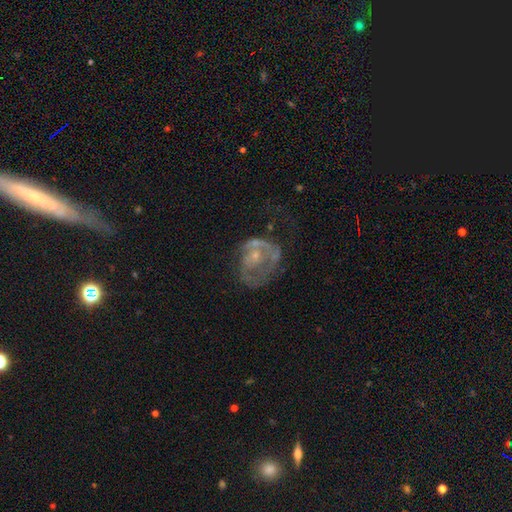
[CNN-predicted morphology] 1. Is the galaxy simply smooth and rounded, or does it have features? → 71% featured or disk, 20% smooth, 9% star or artifact.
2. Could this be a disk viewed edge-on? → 98% no, 2% yes.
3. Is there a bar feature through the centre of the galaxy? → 79% no, 17% weak, 3% strong.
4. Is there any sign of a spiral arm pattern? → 55% yes, 45% no.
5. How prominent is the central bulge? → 64% small, 24% moderate, 9% none, 1% large, 1% dominant.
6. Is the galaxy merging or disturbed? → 39% none, 35% major disturbance, 21% minor disturbance, 5% merger.